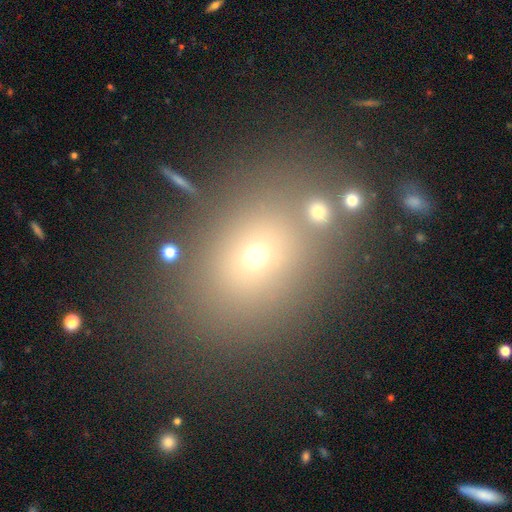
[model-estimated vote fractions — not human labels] Morphology: type=smooth (60%); roundness=in between (53%); merging=none (80%).